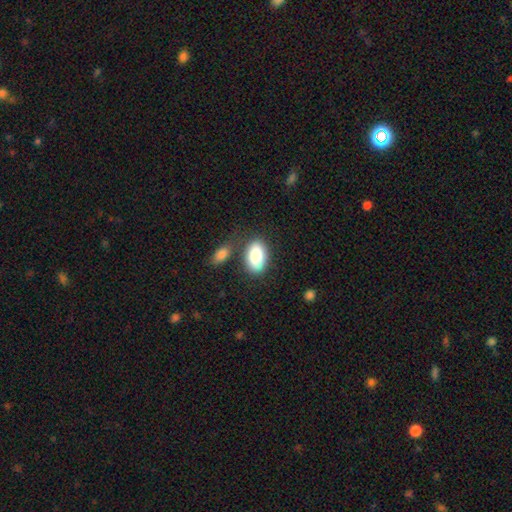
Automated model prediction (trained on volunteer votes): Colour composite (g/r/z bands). It shows a smooth galaxy with no disk features (84%) that is in between round and cigar-shaped (91%). Merging: none (68%).